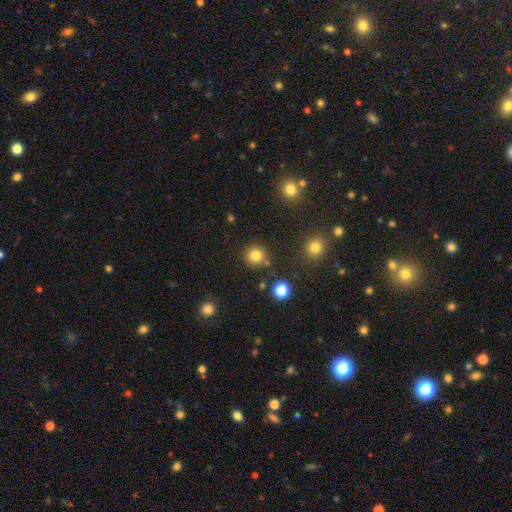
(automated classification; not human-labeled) smooth_or_featured: smooth (p=0.82) [alt: star or artifact p=0.13]
how_rounded: round (p=0.94) [alt: in between p=0.05]
merging: none (p=0.85) [alt: minor disturbance p=0.07]